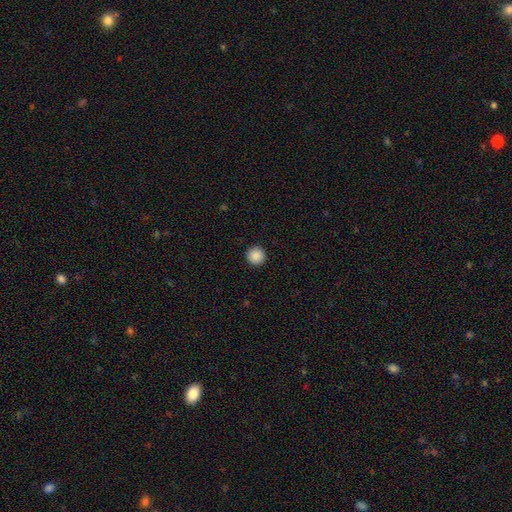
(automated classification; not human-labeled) Morphology: type=smooth (89%); roundness=round (96%); merging=none (93%).